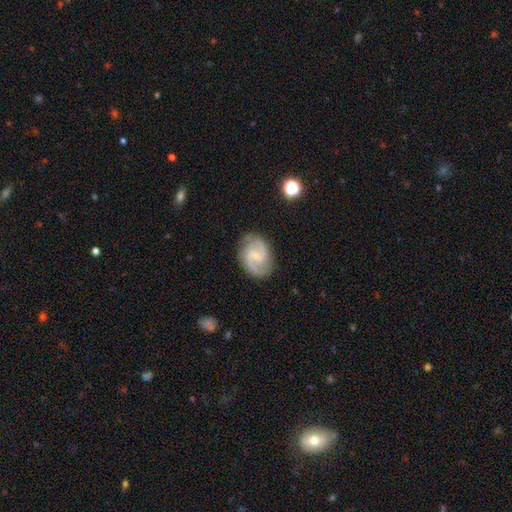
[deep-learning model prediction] A featured or disk galaxy (88%) with a weak bar (55%), 2 (91%) medium (57%) spiral arms (97%) and a small central bulge (67%).

Vote fractions:
- Smooth or featured? featured or disk: 88% / smooth: 8% / star or artifact: 5%
- Edge-on disk? no: 98% / yes: 2%
- Bar? weak: 55% / no: 32% / strong: 13%
- Spiral arms? yes: 97% / no: 3%
- Spiral winding? medium: 57% / loose: 23% / tight: 20%
- Spiral arm count? 2: 91% / can't tell: 3% / 1: 2% / 3: 2% / 4: 1% / more than 4: 1%
- Bulge size? small: 67% / none: 16% / moderate: 15% / large: 1% / dominant: 1%
- Merging? none: 82% / minor disturbance: 13% / major disturbance: 4% / merger: 1%